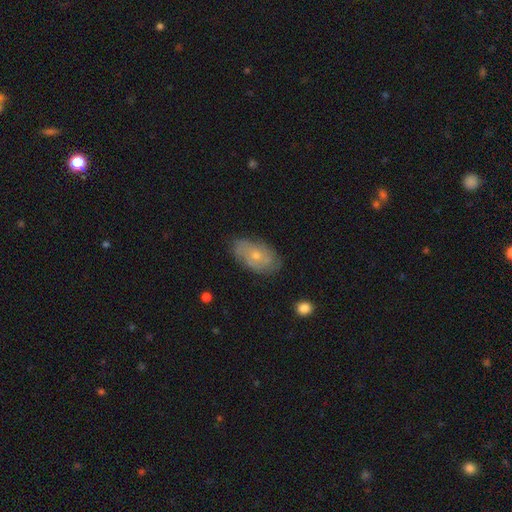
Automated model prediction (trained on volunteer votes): Smooth or featured? Predicted: featured or disk (p=0.58). Edge-on disk? Predicted: no (p=0.94). Bar? Predicted: no (p=0.81). Spiral arms? Predicted: yes (p=0.72). Bulge size? Predicted: small (p=0.57). Merging? Predicted: none (p=0.72).